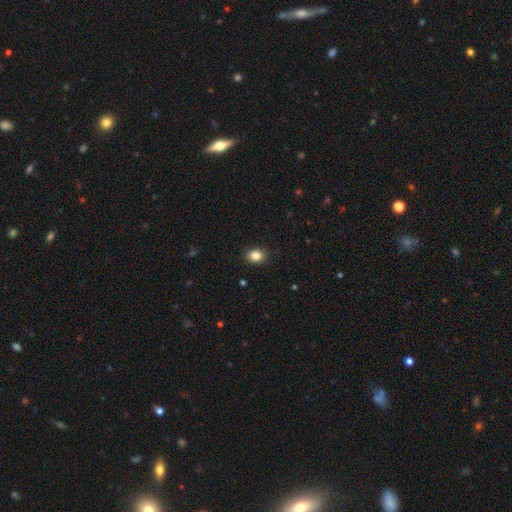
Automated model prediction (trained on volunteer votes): Morphology: type=smooth (85%); roundness=in between (54%); merging=none (90%).